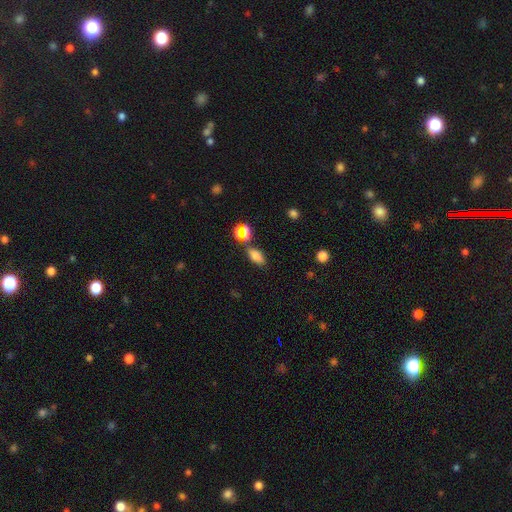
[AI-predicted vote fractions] A smooth galaxy with no disk features (72%) that is in between round and cigar-shaped (84%).

Vote fractions:
- Smooth or featured? smooth: 72% / star or artifact: 17% / featured or disk: 11%
- How rounded? in between: 84% / cigar-shaped: 9% / round: 7%
- Merging? none: 65% / merger: 17% / minor disturbance: 13% / major disturbance: 5%